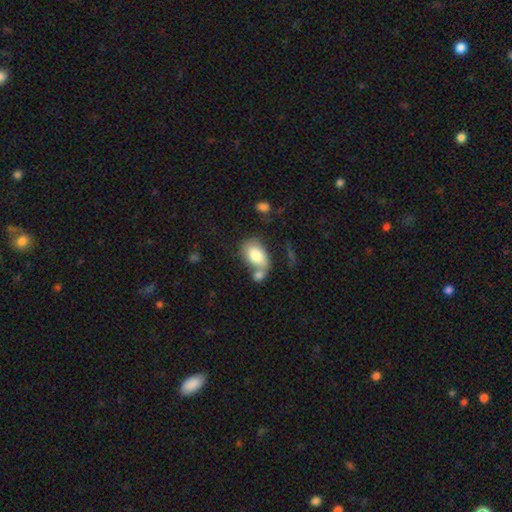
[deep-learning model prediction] Smooth or featured: smooth — 80% (featured or disk — 13%)
How rounded: in between — 88% (round — 10%)
Merging: merger — 38% (tied with none — 38%)